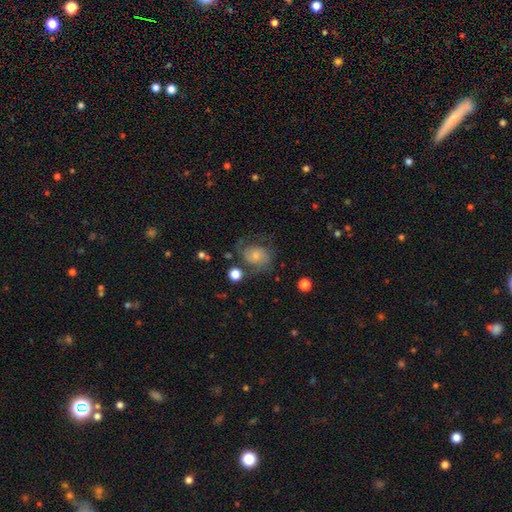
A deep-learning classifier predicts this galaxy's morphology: Overall: featured or disk (58%; smooth 33%). Edge-on disk: no (98%). Bar: no (74%). Spiral arms: yes (87%). Bulge size: small (57%; moderate 31%). Merging: none (54%; minor disturbance 22%).